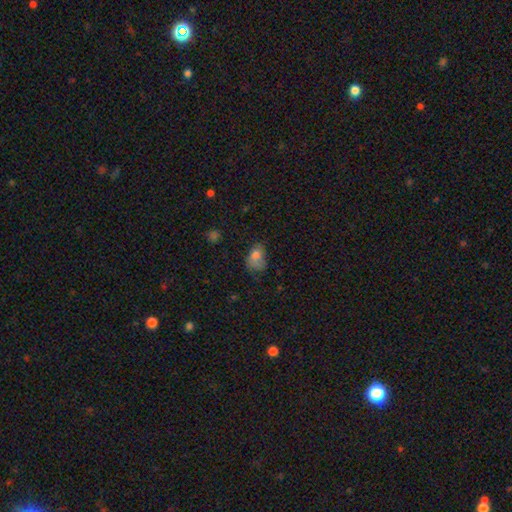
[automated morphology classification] smooth-or-featured: smooth: 74% | featured or disk: 15% | star or artifact: 11%
  how-rounded: in between: 74% | round: 25% | cigar-shaped: 1%
  merging: minor disturbance: 35% | none: 33% | major disturbance: 27% | merger: 6%